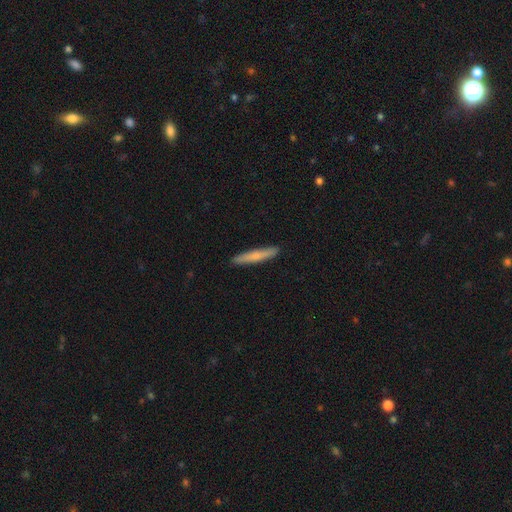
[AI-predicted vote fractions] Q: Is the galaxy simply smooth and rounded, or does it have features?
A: smooth — 66%.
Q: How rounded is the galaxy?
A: cigar-shaped — 94%.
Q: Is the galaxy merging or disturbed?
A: none — 91%.